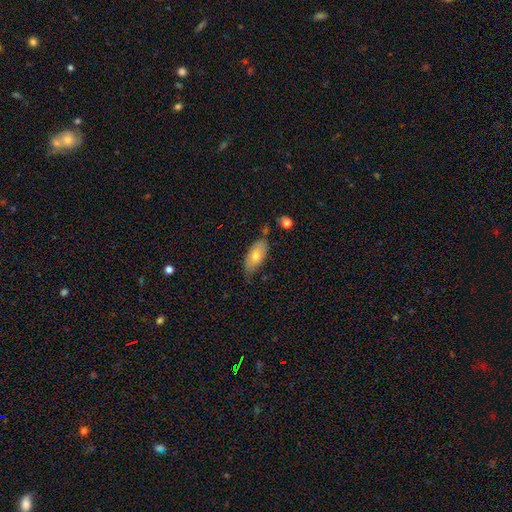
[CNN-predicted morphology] Overall: smooth (63%; featured or disk 30%). How rounded: in between (84%). Merging: none (63%; minor disturbance 28%).